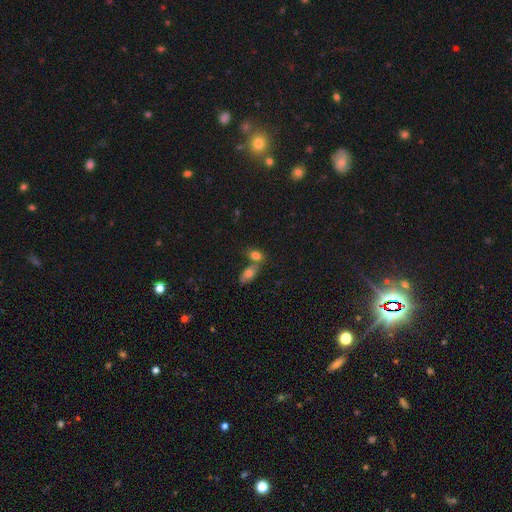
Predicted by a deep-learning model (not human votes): smooth 78%, featured or disk 12%, star or artifact 10%. Down the decision tree: how rounded — in between (82%); merging — merger (50%).